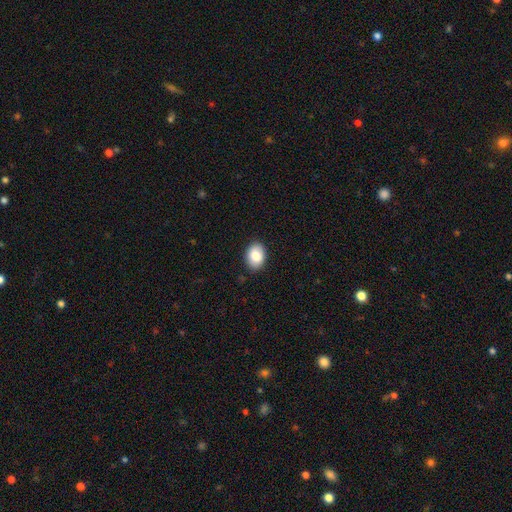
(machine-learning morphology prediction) smooth-or-featured: smooth: 86% | star or artifact: 7% | featured or disk: 7%
  how-rounded: in between: 81% | round: 18% | cigar-shaped: 1%
  merging: none: 88% | minor disturbance: 9% | major disturbance: 2% | merger: 1%